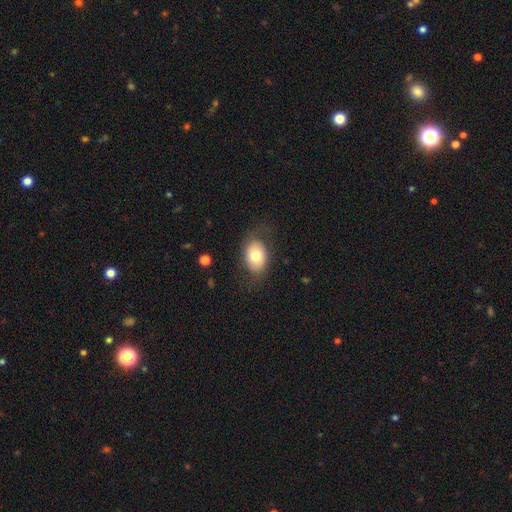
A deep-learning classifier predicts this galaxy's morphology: A smooth galaxy with no disk features (72%) that is in between round and cigar-shaped (77%). Merging: none (72%).